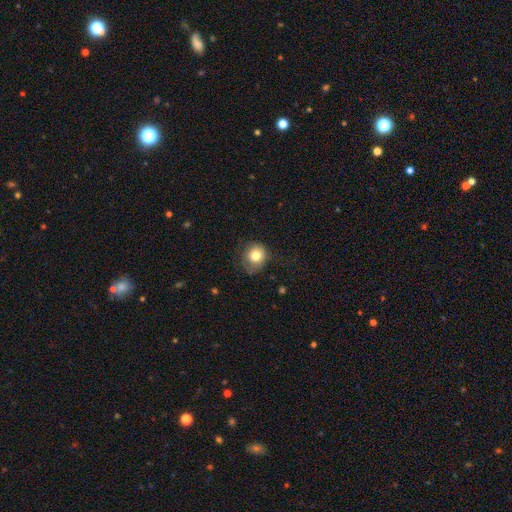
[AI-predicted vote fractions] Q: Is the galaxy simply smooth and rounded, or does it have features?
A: smooth — 78%.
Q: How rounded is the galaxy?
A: round — 79%.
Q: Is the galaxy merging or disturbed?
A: none — 61%.